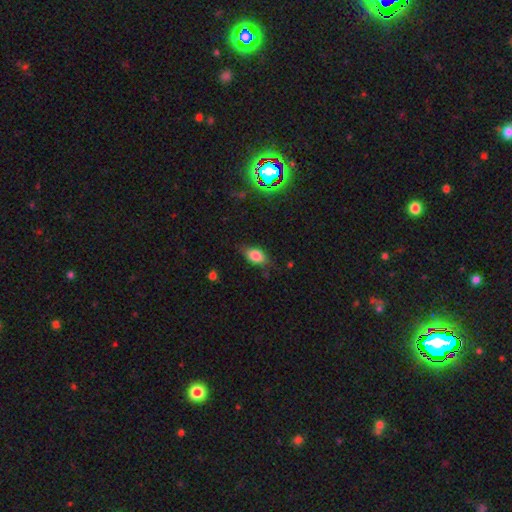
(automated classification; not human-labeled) Smooth or featured: smooth — 74% (featured or disk — 17%)
How rounded: in between — 83% (round — 10%)
Merging: none — 69% (minor disturbance — 23%)